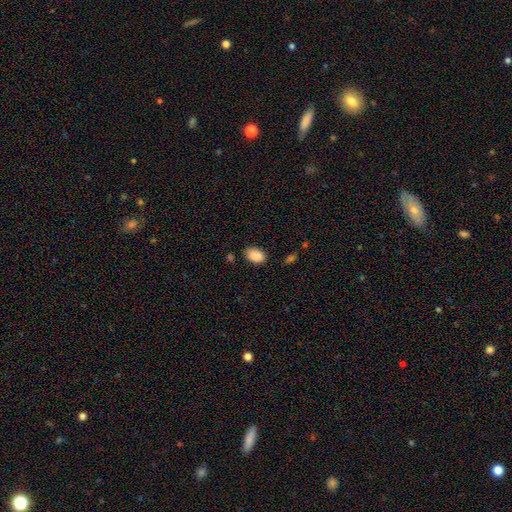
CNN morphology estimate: Smooth or featured? smooth (89%)
How rounded? in between (84%)
Merging? none (78%)